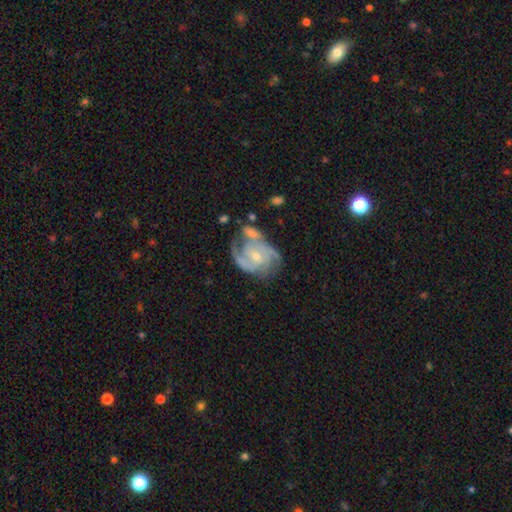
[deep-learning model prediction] Smooth or featured? Predicted: featured or disk (p=0.87). Edge-on disk? Predicted: no (p=0.98). Bar? Predicted: no (p=0.57). Spiral arms? Predicted: yes (p=0.96). Spiral winding? Predicted: tight (p=0.45). Spiral arm count? Predicted: 2 (p=0.36). Bulge size? Predicted: small (p=0.59). Merging? Predicted: none (p=0.50).